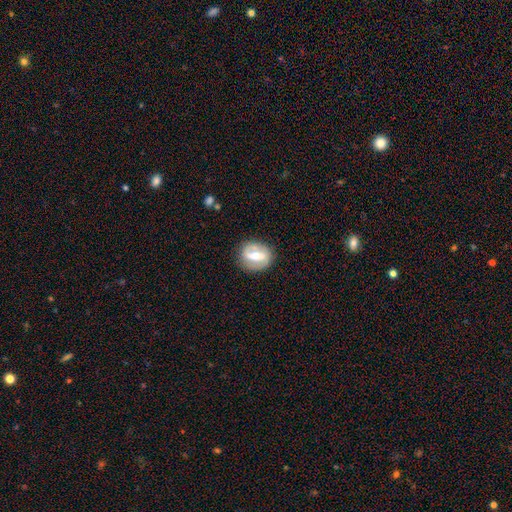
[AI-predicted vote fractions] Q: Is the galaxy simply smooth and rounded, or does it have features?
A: featured or disk — 67%.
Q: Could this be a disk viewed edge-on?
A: no — 92%.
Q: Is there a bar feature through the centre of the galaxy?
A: strong — 61%.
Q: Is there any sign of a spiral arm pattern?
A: yes — 56%.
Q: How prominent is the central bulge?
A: moderate — 63%.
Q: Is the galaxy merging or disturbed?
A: none — 81%.